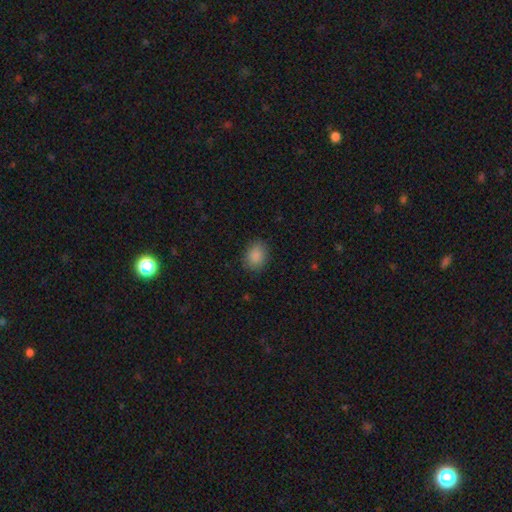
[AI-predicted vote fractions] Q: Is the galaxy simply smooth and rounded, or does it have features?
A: smooth — 88%.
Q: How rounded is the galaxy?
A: in between — 56%.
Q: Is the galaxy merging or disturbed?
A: none — 85%.